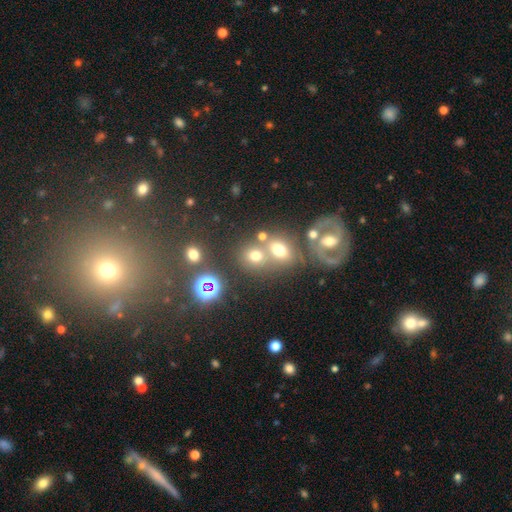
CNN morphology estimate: Smooth or featured? smooth (63%)
How rounded? round (64%)
Merging? none (45%)